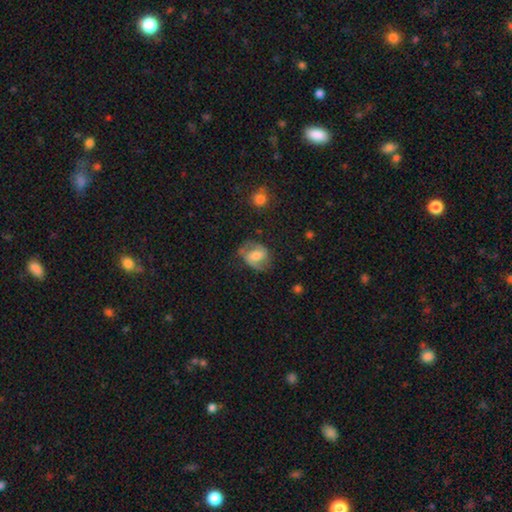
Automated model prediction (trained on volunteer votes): Smooth or featured? featured or disk (54%)
Edge-on disk? no (96%)
Bar? weak (43%)
Spiral arms? yes (78%)
Bulge size? moderate (49%)
Merging? none (59%)